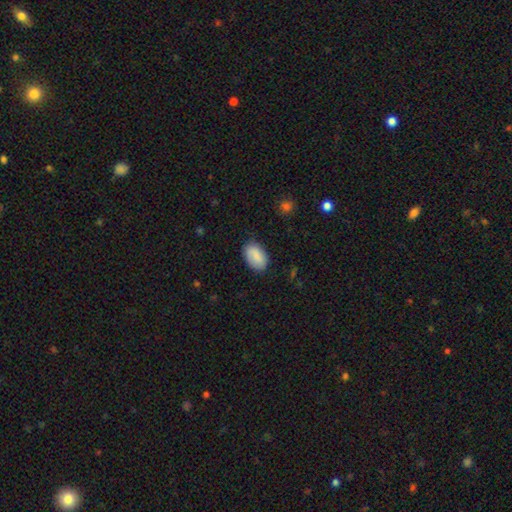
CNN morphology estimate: Smooth or featured? smooth (82%)
How rounded? in between (92%)
Merging? none (81%)